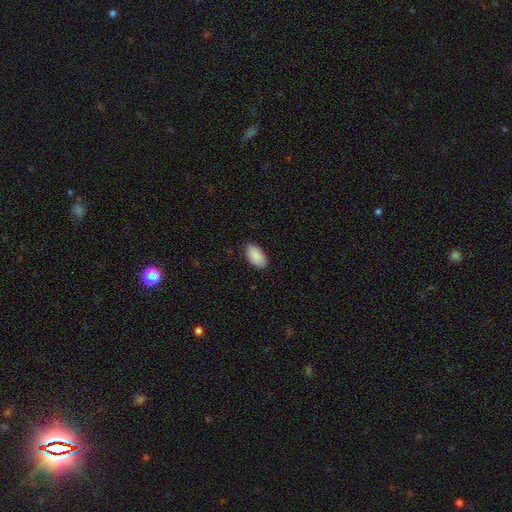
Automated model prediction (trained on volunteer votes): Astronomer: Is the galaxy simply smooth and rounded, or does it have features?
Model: smooth — 91%.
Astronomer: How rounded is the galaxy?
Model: in between — 95%.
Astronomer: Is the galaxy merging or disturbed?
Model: none — 87%.